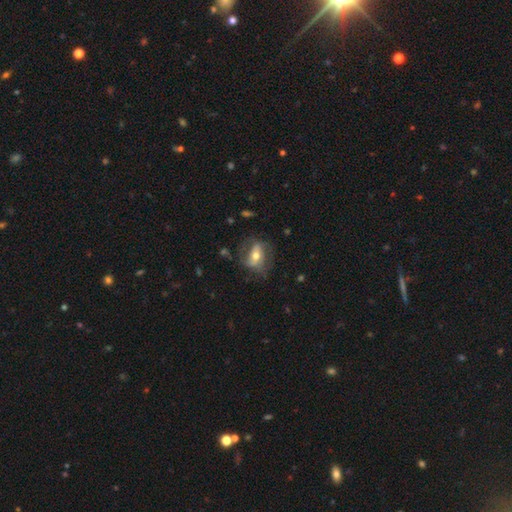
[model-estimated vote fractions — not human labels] Morphology: type=featured or disk (57%); edge-on=no (92%); bar=strong (35%); spiral arms=yes (65%); bulge=moderate (68%); merging=none (59%).